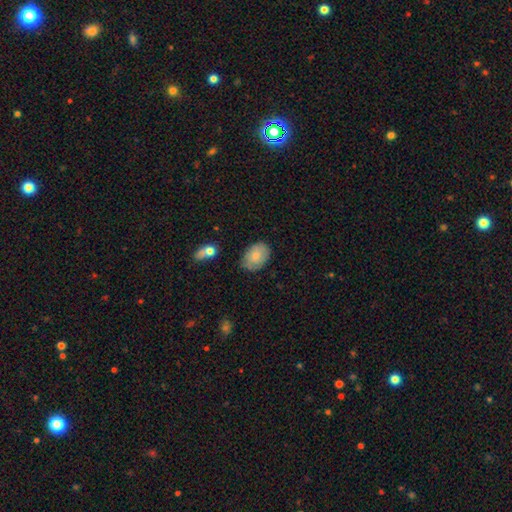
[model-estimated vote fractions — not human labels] Morphology: type=smooth (78%); roundness=in between (84%); merging=none (74%).